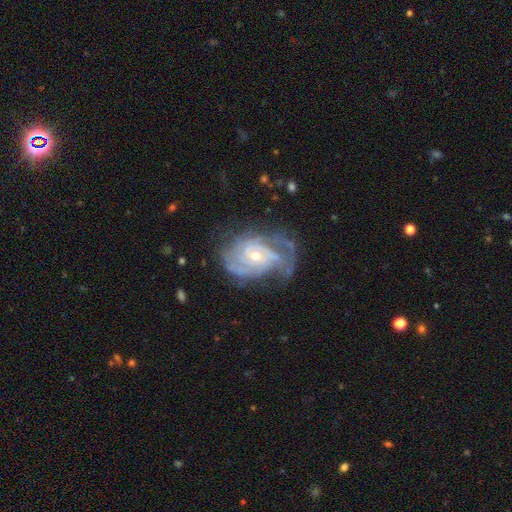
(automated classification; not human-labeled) The model was most divided on "spiral arm count": 3: 27%, can't tell: 25%, 2: 25%, 4: 12%, more than 4: 6%, 1: 6%. More confident: edge-on disk — no (97%); spiral arms — yes (96%); smooth or featured — featured or disk (89%); bar — no (67%); spiral winding — tight (57%); merging — none (56%); bulge size — small (54%).